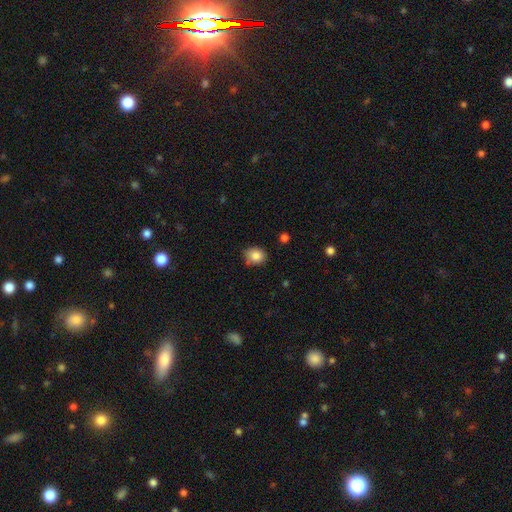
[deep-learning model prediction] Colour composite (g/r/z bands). It shows a smooth galaxy with no disk features (84%) that is round (54%). Merging: none (70%).